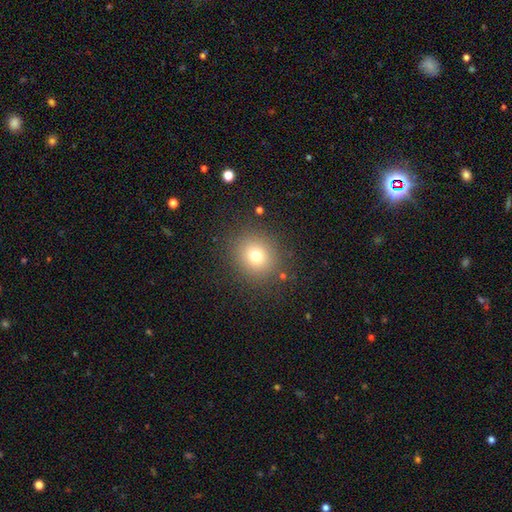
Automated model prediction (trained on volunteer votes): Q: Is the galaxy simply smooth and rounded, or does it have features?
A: smooth — 73%.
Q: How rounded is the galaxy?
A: round — 86%.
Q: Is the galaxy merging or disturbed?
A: none — 87%.